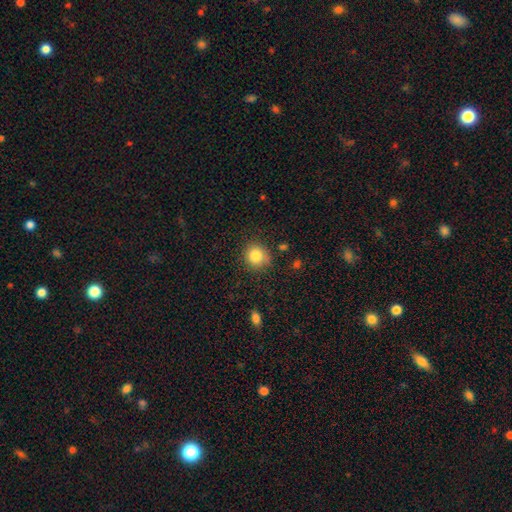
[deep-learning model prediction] smooth 83%, star or artifact 10%, featured or disk 7%. Down the decision tree: how rounded — round (84%); merging — none (80%).